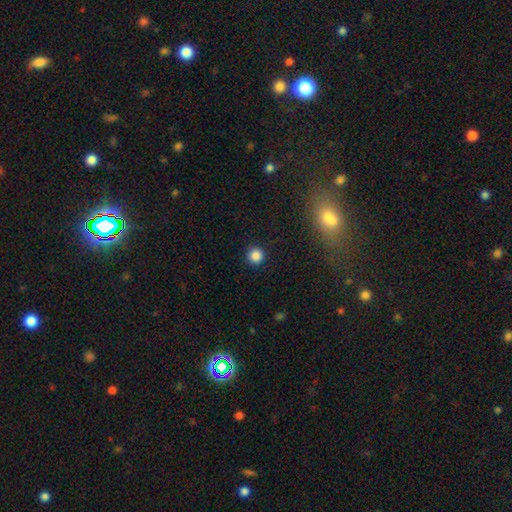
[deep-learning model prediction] The model was most divided on "smooth or featured": smooth: 86%, star or artifact: 11%, featured or disk: 3%. More confident: how rounded — round (95%); merging — none (91%).